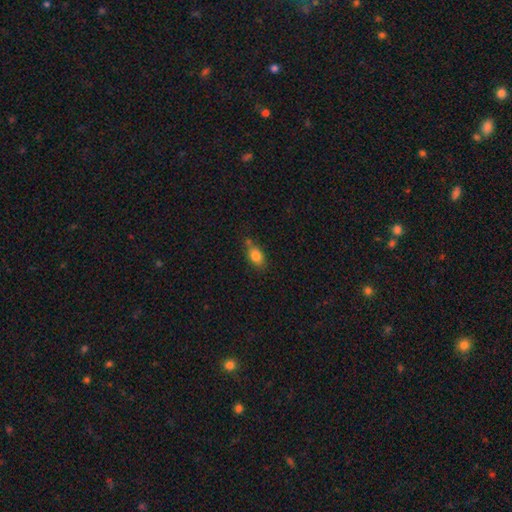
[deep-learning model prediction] Smooth or featured?
  - smooth: 82% *
  - star or artifact: 9%
  - featured or disk: 9%
How rounded?
  - in between: 79% *
  - round: 17%
  - cigar-shaped: 4%
Merging?
  - none: 59% *
  - minor disturbance: 21%
  - merger: 15%
  - major disturbance: 5%